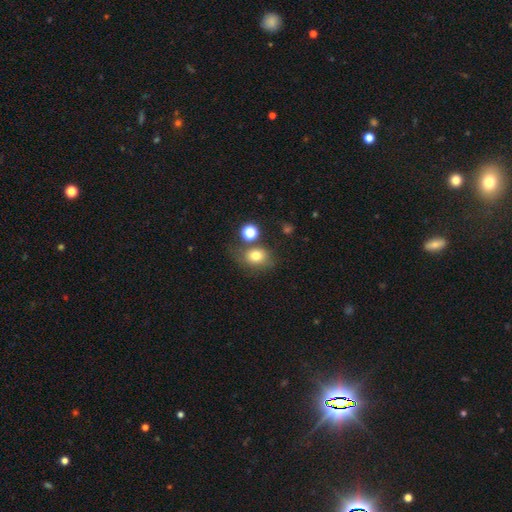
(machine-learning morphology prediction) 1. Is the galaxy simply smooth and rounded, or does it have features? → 76% smooth, 14% star or artifact, 11% featured or disk.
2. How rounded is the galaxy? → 52% round, 47% in between, 1% cigar-shaped.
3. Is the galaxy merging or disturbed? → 62% none, 18% minor disturbance, 13% merger, 8% major disturbance.